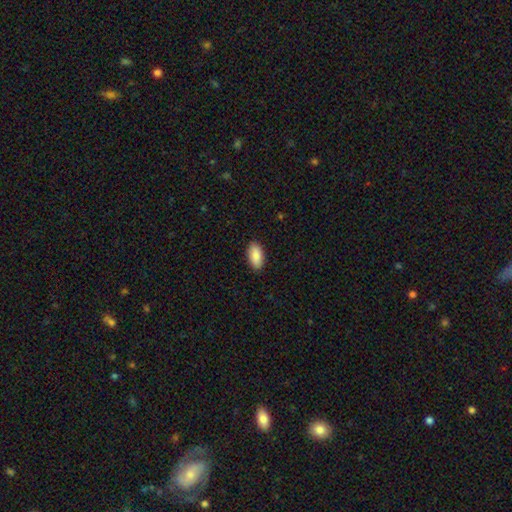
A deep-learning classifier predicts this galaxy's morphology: Smooth or featured?
  - smooth: 88% *
  - star or artifact: 6%
  - featured or disk: 6%
How rounded?
  - in between: 94% *
  - cigar-shaped: 4%
  - round: 2%
Merging?
  - none: 89% *
  - minor disturbance: 8%
  - major disturbance: 2%
  - merger: 1%